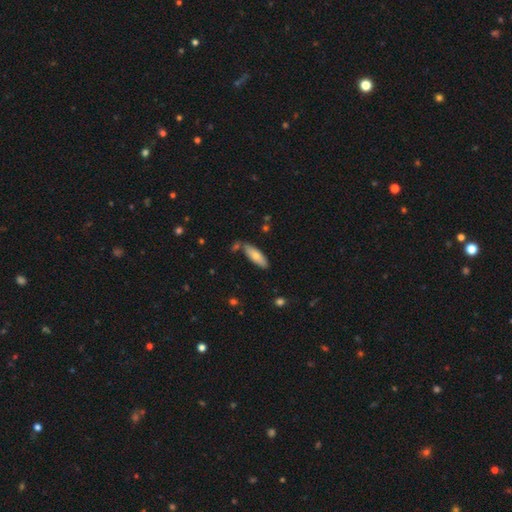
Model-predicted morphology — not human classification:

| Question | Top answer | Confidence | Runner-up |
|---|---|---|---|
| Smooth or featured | smooth | 72% | featured or disk (22%) |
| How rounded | in between | 52% | cigar-shaped (46%) |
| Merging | none | 74% | minor disturbance (16%) |